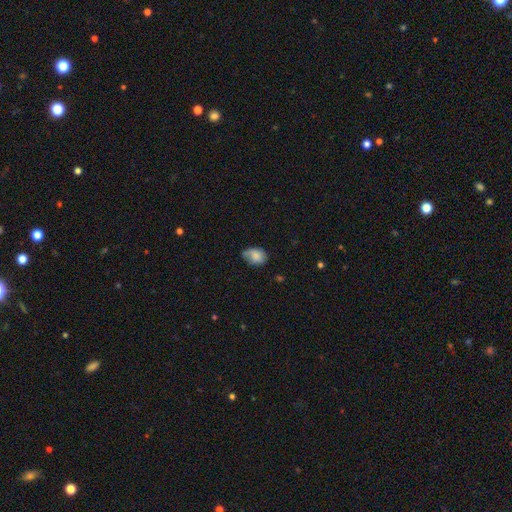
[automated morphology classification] Q: Smooth or featured?
A: smooth (76%); runner-up: featured or disk (16%)
Q: How rounded?
A: in between (70%); runner-up: round (29%)
Q: Merging?
A: none (48%); runner-up: minor disturbance (37%)